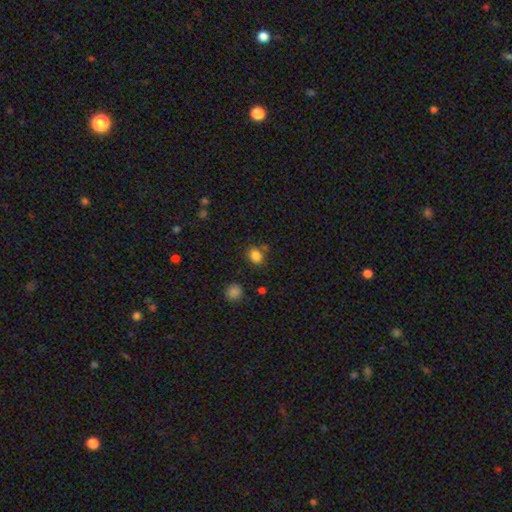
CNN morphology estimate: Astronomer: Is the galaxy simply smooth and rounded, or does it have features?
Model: smooth — 83%.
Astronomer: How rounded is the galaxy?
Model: round — 62%.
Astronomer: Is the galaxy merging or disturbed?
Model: none — 73%.